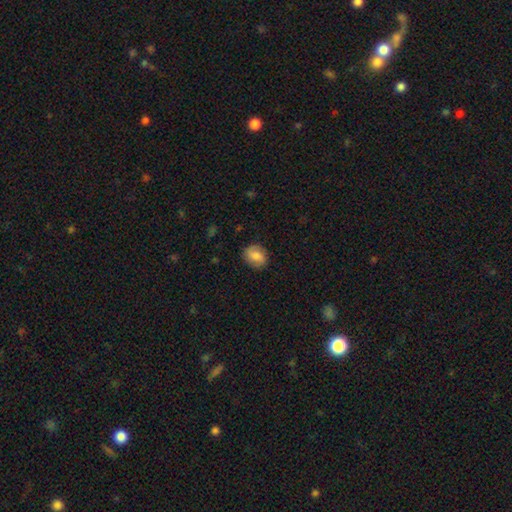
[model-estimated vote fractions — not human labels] A smooth galaxy with no disk features (69%) that is round (57%). Merging: none (81%).